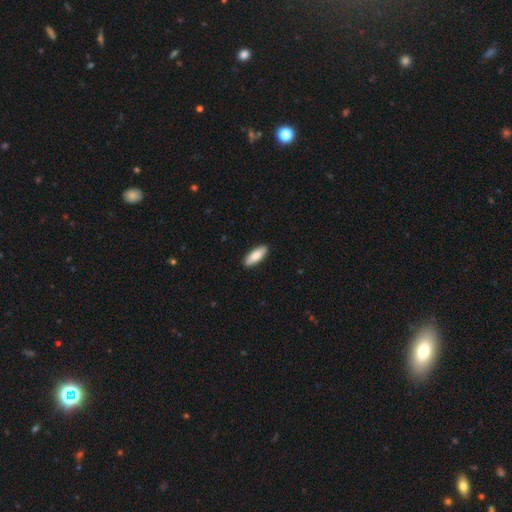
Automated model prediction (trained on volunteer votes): Smooth or featured? smooth (84%)
How rounded? in between (65%)
Merging? none (90%)